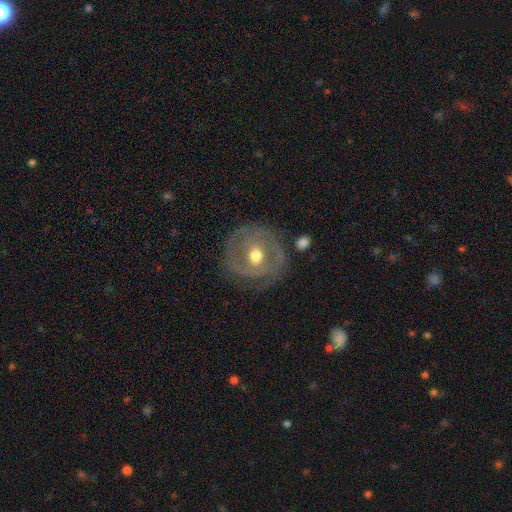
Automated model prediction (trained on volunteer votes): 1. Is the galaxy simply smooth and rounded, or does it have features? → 71% featured or disk, 23% smooth, 6% star or artifact.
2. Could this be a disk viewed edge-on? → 96% no, 4% yes.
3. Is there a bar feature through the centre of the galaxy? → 48% no, 38% weak, 14% strong.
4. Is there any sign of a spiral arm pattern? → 58% yes, 42% no.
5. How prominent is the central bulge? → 78% moderate, 11% small, 8% large, 1% dominant, 1% none.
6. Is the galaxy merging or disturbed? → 72% none, 17% minor disturbance, 9% major disturbance, 2% merger.